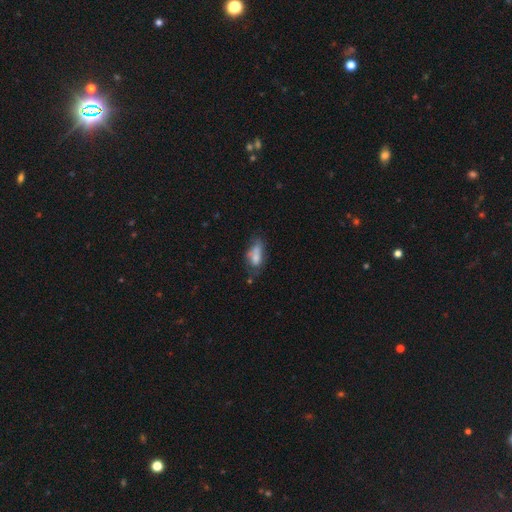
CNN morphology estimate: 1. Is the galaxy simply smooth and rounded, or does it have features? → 67% smooth, 23% featured or disk, 10% star or artifact.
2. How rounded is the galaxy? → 81% in between, 15% cigar-shaped, 4% round.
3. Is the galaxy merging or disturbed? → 34% none, 29% minor disturbance, 20% major disturbance, 17% merger.